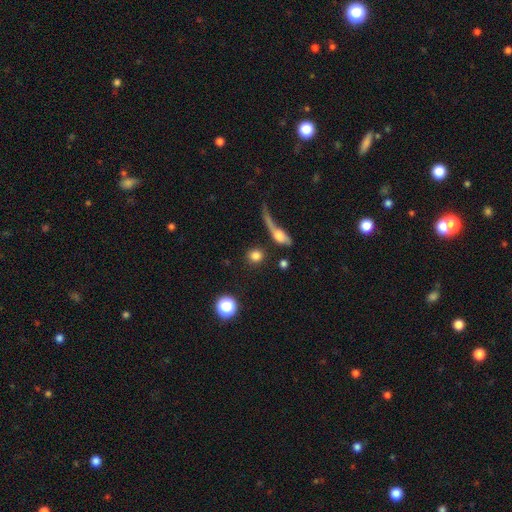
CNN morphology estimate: Smooth or featured?
  - smooth: 79% *
  - star or artifact: 11%
  - featured or disk: 9%
How rounded?
  - round: 84% *
  - in between: 12%
  - cigar-shaped: 4%
Merging?
  - none: 73% *
  - merger: 12%
  - minor disturbance: 9%
  - major disturbance: 7%